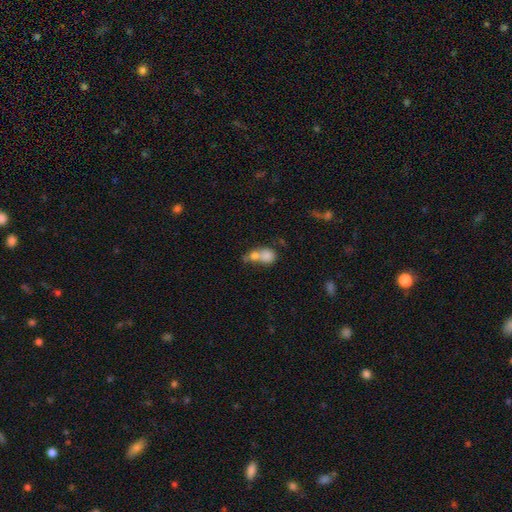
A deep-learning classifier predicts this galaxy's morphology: A smooth galaxy with no disk features (75%) that is round (59%). Merging: merger (67%).